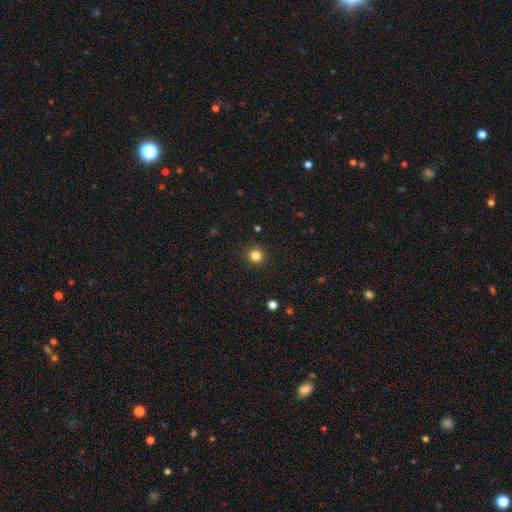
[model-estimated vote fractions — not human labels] smooth-or-featured: smooth: 83% | star or artifact: 13% | featured or disk: 4%
  how-rounded: round: 91% | in between: 8% | cigar-shaped: 1%
  merging: none: 91% | minor disturbance: 6% | major disturbance: 2% | merger: 1%